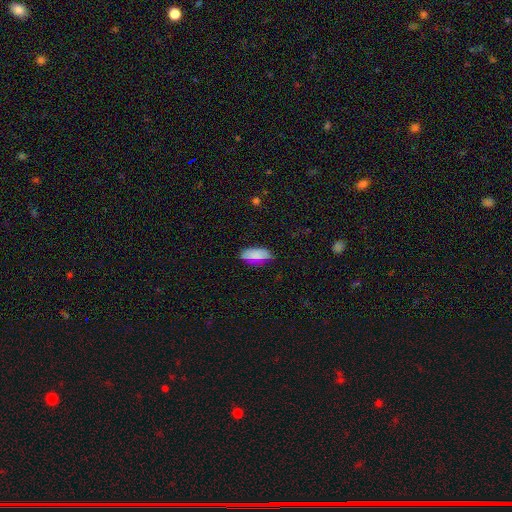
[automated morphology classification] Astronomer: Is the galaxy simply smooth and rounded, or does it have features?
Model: smooth — 81%.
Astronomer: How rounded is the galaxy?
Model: in between — 86%.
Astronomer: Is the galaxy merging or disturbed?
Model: none — 78%.